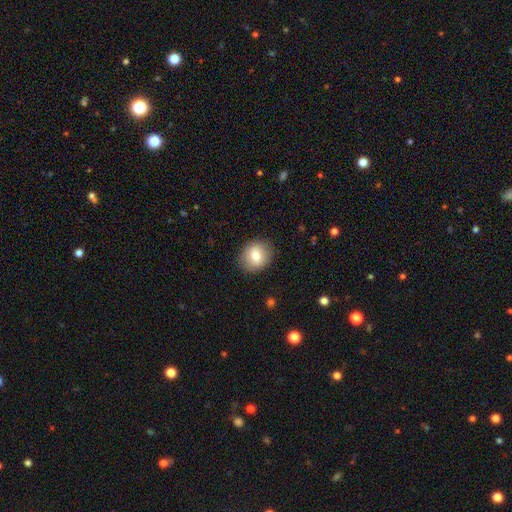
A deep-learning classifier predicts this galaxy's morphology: A smooth galaxy with no disk features (76%) that is round (71%).

Vote fractions:
- Smooth or featured? smooth: 76% / featured or disk: 15% / star or artifact: 9%
- How rounded? round: 71% / in between: 28% / cigar-shaped: 1%
- Merging? none: 87% / minor disturbance: 9% / major disturbance: 3% / merger: 1%